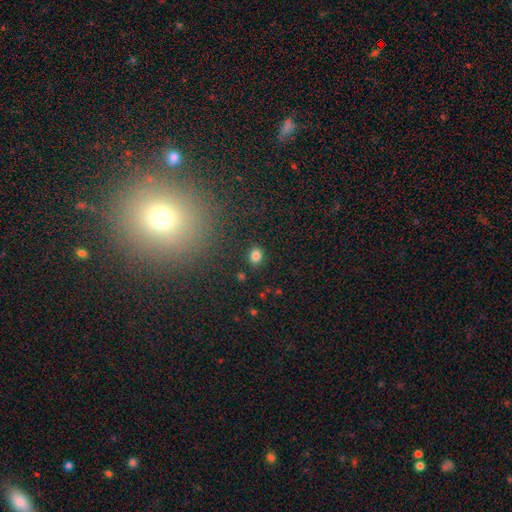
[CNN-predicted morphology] A smooth galaxy with no disk features (83%) that is in between round and cigar-shaped (57%).

Vote fractions:
- Smooth or featured? smooth: 83% / star or artifact: 13% / featured or disk: 5%
- How rounded? in between: 57% / round: 42% / cigar-shaped: 1%
- Merging? none: 85% / minor disturbance: 9% / major disturbance: 3% / merger: 2%